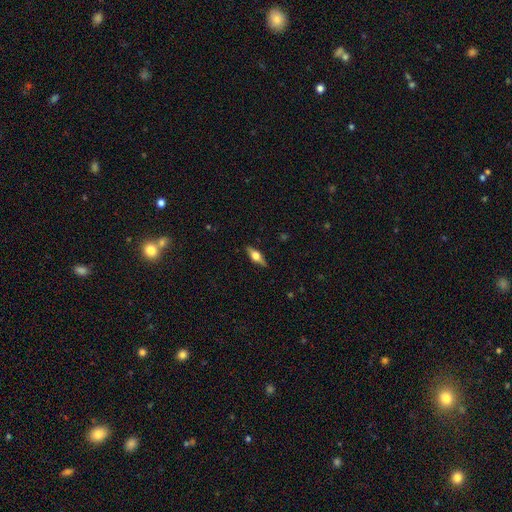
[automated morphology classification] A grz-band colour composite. It shows a featured or disk galaxy (62%) viewed edge-on (95%) with a rounded central bulge (93%). Merging: none (88%).